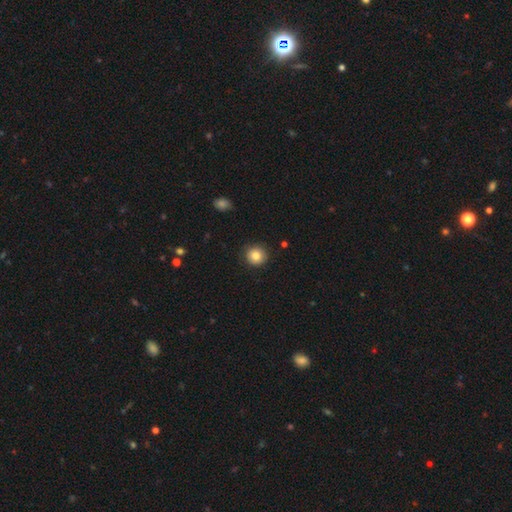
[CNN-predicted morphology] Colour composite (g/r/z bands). It shows a smooth galaxy with no disk features (84%) that is round (92%). Merging: none (88%).